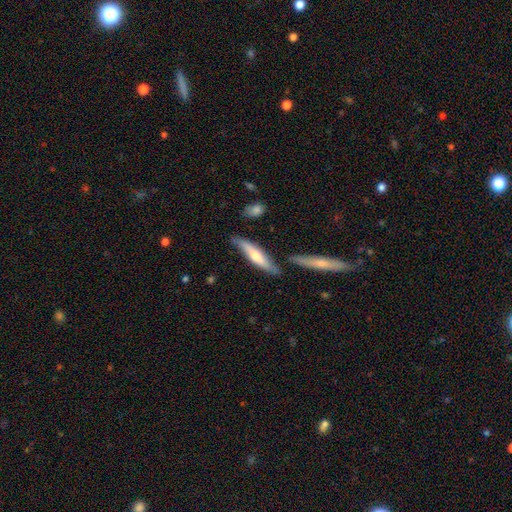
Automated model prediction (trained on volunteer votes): Morphology: type=smooth (50%); merging=none (72%).